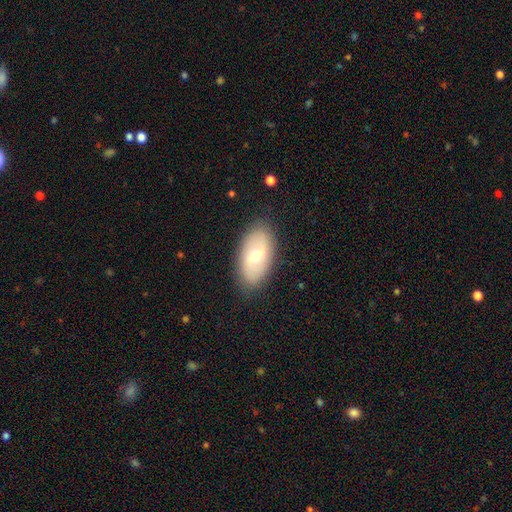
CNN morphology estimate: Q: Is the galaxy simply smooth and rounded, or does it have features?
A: smooth — 48%.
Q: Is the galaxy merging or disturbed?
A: none — 85%.